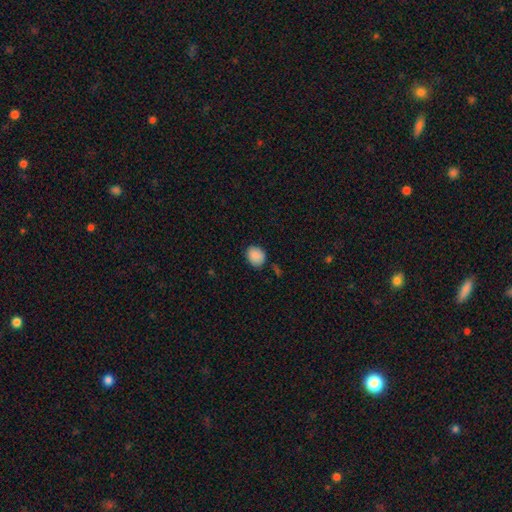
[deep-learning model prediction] A smooth galaxy with no disk features (88%) that is round (52%). Merging: none (78%).